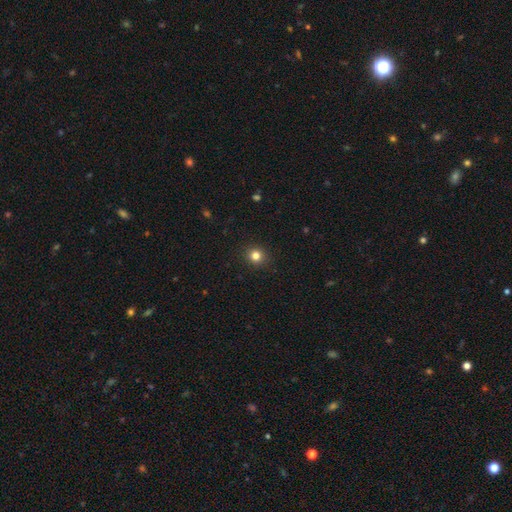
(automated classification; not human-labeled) The model was most divided on "smooth or featured": smooth: 81%, star or artifact: 13%, featured or disk: 5%. More confident: merging — none (91%); how rounded — round (89%).